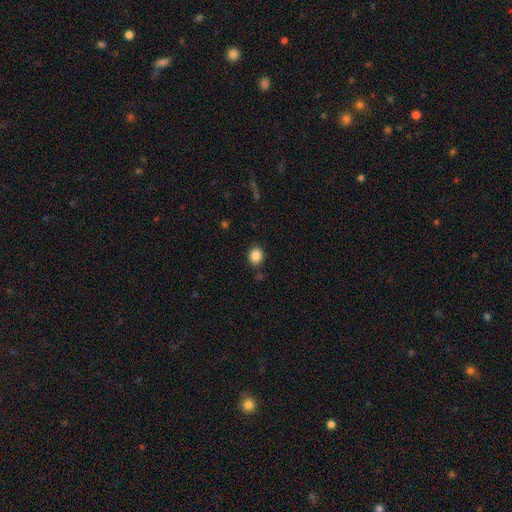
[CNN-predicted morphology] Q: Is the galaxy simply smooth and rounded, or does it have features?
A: smooth — 87%.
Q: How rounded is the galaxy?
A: round — 65%.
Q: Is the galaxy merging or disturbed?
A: none — 84%.